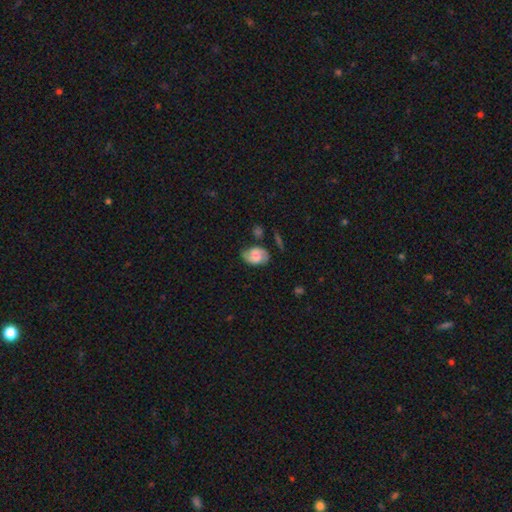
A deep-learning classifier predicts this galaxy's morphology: Smooth or featured? featured or disk (55%)
Edge-on disk? no (97%)
Bar? no (46%)
Spiral arms? yes (89%)
Bulge size? none (31%)
Merging? none (64%)